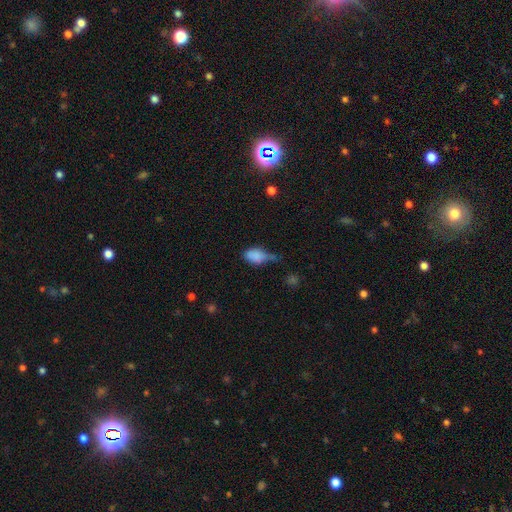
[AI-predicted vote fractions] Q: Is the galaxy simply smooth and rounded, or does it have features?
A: smooth — 81%.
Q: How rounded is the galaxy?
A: in between — 86%.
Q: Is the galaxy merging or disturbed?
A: minor disturbance — 39%.